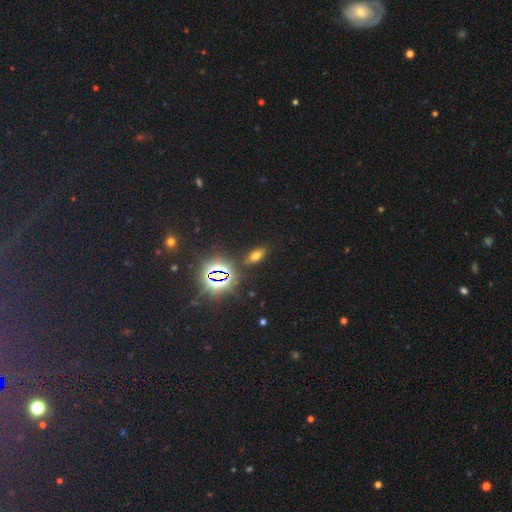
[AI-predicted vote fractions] Overall: smooth (51%; star or artifact 37%). How rounded: in between (80%). Merging: none (86%).